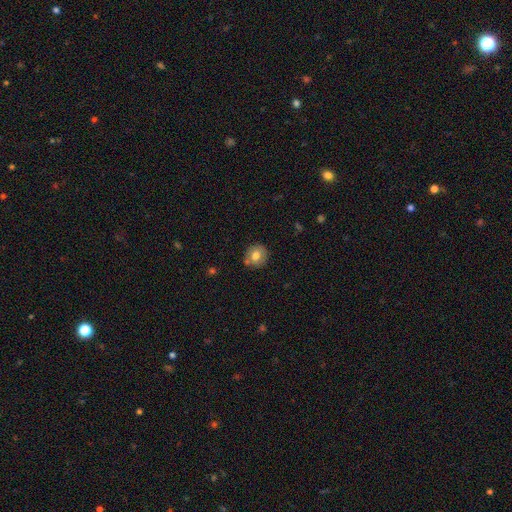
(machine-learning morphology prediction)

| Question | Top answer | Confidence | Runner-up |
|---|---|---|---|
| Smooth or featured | smooth | 74% | featured or disk (17%) |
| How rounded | round | 86% | in between (13%) |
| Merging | none | 80% | minor disturbance (12%) |